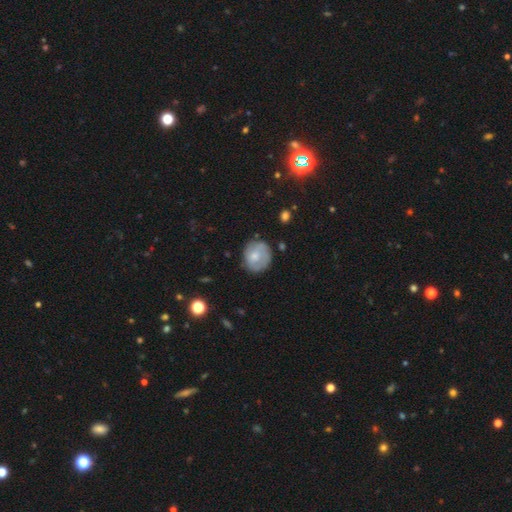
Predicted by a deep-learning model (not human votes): smooth_or_featured: smooth (p=0.64) [alt: featured or disk p=0.29]
how_rounded: round (p=0.75) [alt: in between p=0.24]
merging: none (p=0.71) [alt: minor disturbance p=0.21]